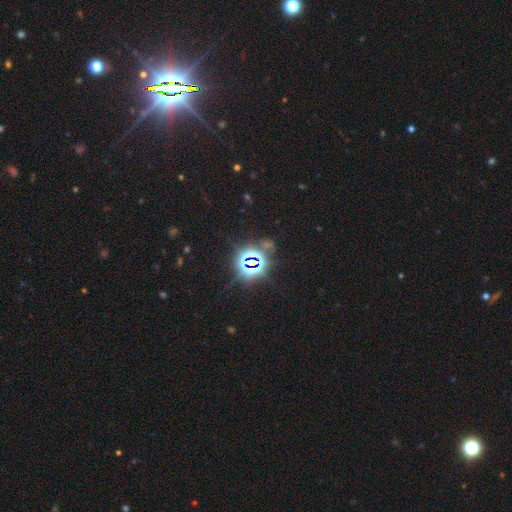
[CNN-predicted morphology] smooth_or_featured: star or artifact (p=0.86) [alt: smooth p=0.07]